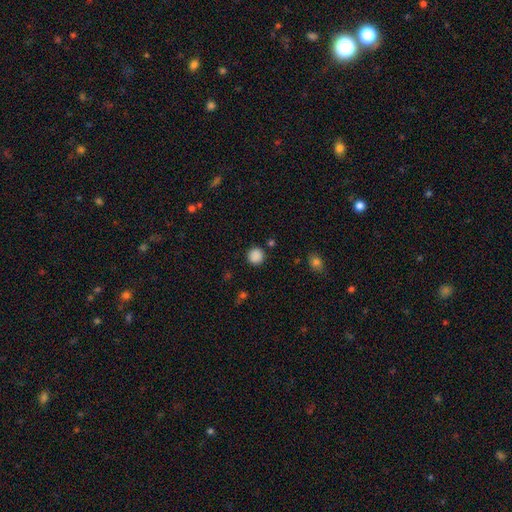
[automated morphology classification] type=smooth (87%); roundness=round (93%); merging=none (87%).